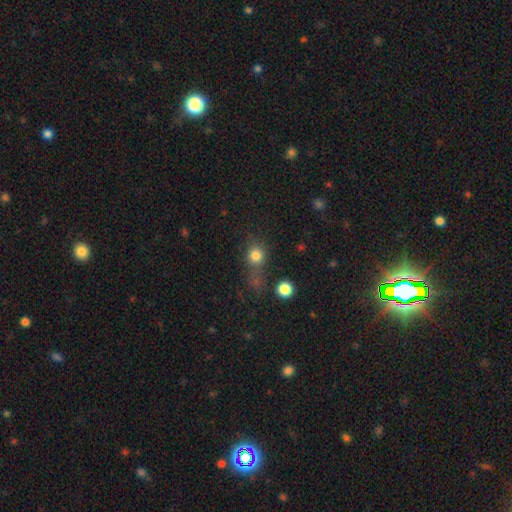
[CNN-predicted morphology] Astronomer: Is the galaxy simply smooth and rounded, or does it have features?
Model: smooth — 78%.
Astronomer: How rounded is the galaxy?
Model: round — 85%.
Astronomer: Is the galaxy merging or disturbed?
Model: none — 54%.